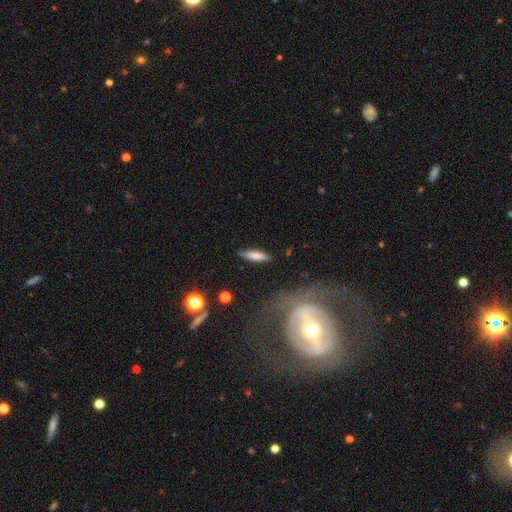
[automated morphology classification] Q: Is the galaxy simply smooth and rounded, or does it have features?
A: smooth — 74%.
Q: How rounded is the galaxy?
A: cigar-shaped — 66%.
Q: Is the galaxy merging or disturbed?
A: none — 84%.